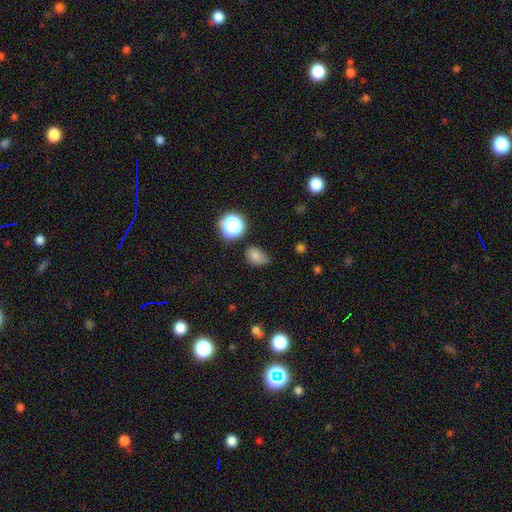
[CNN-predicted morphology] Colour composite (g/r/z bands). It shows a smooth galaxy with no disk features (70%) that is in between round and cigar-shaped (62%). Merging: none (65%).